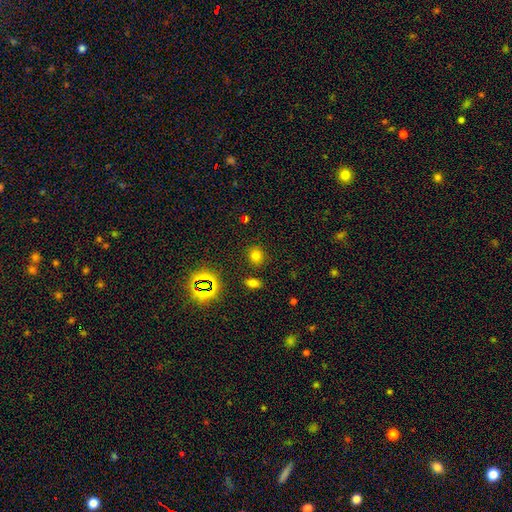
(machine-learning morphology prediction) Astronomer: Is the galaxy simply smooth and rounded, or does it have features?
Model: smooth — 71%.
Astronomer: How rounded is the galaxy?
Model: round — 76%.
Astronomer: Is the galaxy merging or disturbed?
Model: none — 84%.